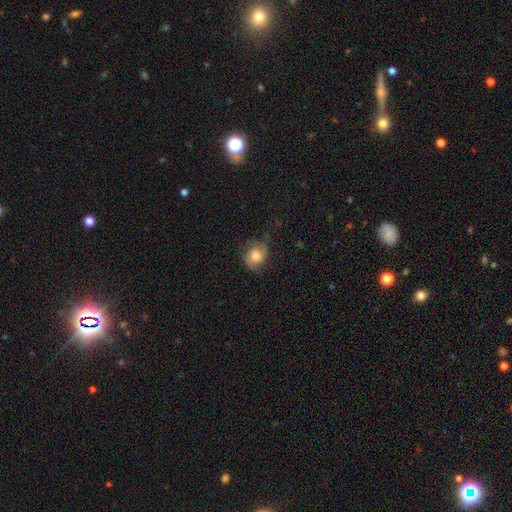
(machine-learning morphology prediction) Overall: smooth (69%). How rounded: round (57%; in between 42%). Merging: none (61%; minor disturbance 26%).